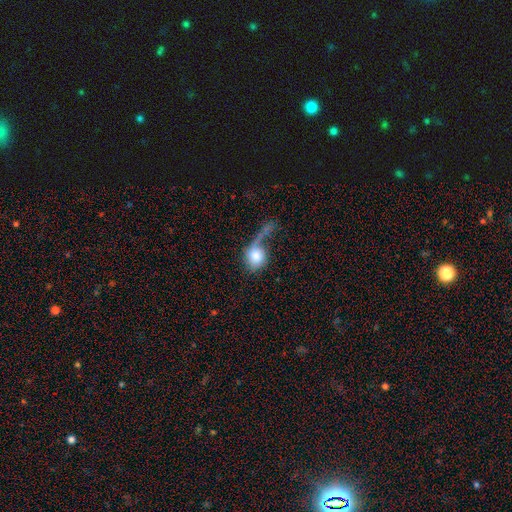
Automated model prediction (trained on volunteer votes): Morphology: type=smooth (68%); roundness=round (65%); merging=major disturbance (51%).